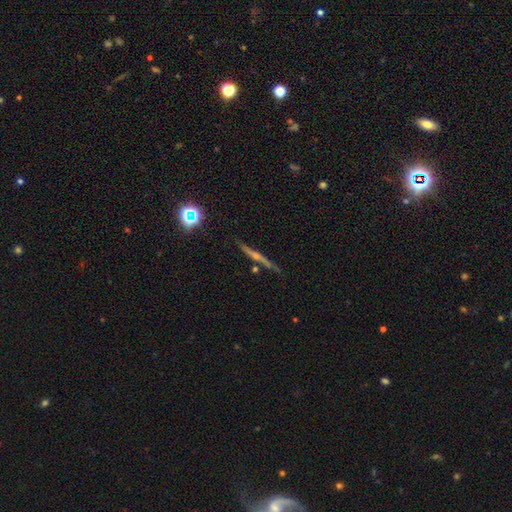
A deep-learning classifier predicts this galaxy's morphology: The model was most divided on "smooth or featured": featured or disk: 53%, smooth: 24%, star or artifact: 23%. More confident: edge-on disk — yes (87%); merging — none (80%).